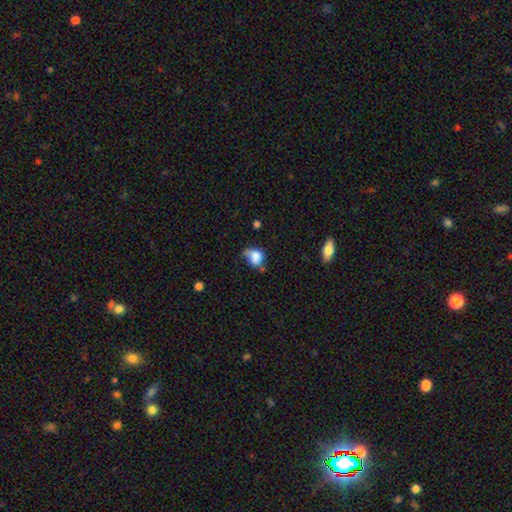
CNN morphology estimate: Smooth or featured?
  - smooth: 75% *
  - featured or disk: 14%
  - star or artifact: 10%
How rounded?
  - in between: 57% *
  - round: 42%
  - cigar-shaped: 1%
Merging?
  - minor disturbance: 34% *
  - none: 27%
  - major disturbance: 23%
  - merger: 15%